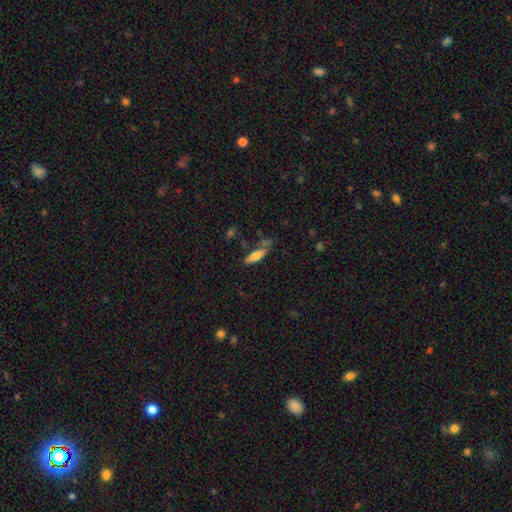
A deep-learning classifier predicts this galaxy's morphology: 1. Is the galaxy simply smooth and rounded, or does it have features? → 68% smooth, 24% featured or disk, 8% star or artifact.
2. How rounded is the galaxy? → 61% cigar-shaped, 36% in between, 2% round.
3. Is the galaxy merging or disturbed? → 57% none, 23% minor disturbance, 11% merger, 9% major disturbance.